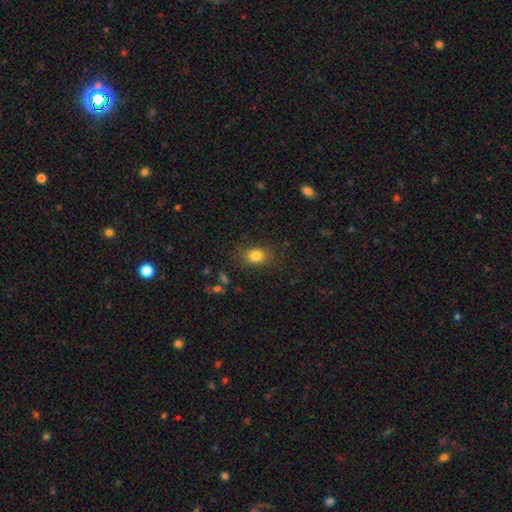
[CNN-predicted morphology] A smooth galaxy with no disk features (83%) that is in between round and cigar-shaped (67%). Merging: none (82%).